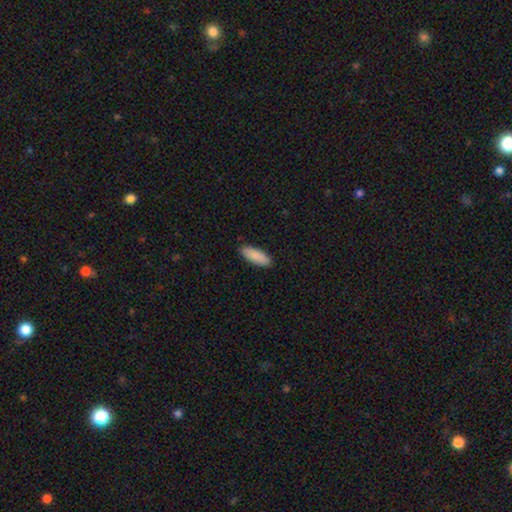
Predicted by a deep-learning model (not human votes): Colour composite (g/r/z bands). It shows a smooth galaxy with no disk features (89%) that is in between round and cigar-shaped (65%). Merging: none (88%).